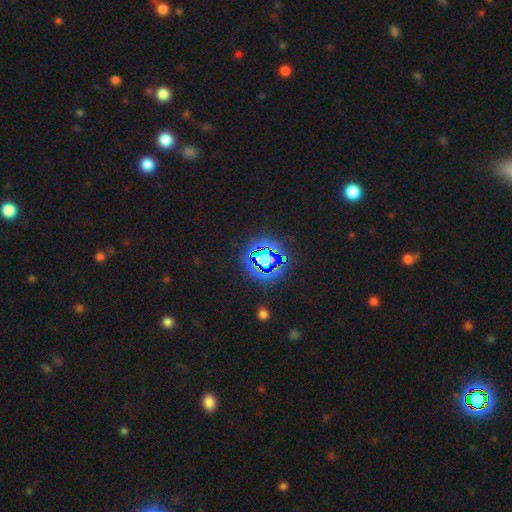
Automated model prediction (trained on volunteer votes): This is likely a star or artifact rather than a galaxy (76%).